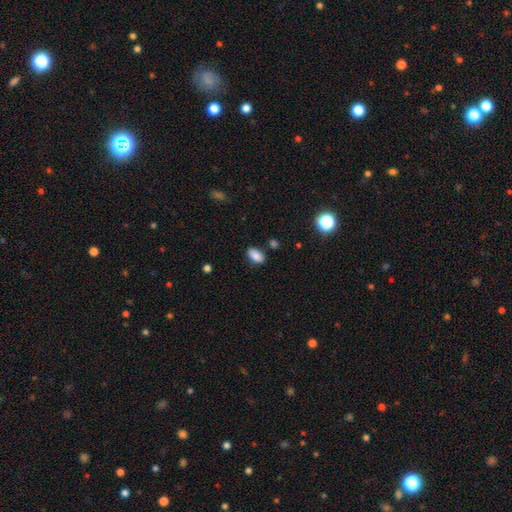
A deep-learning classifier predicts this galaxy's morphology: A smooth galaxy with no disk features (85%) that is in between round and cigar-shaped (92%). Merging: none (81%).